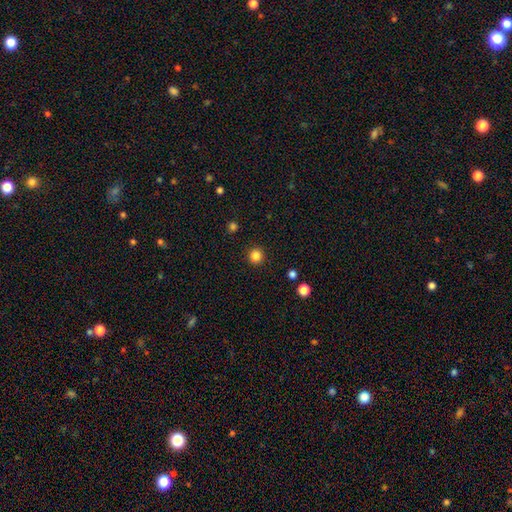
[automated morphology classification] Overall: smooth (84%). How rounded: round (95%). Merging: none (92%).